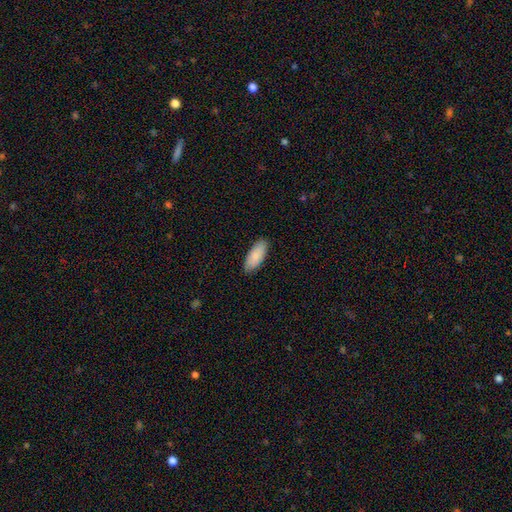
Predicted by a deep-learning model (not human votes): A smooth galaxy with no disk features (87%) that is in between round and cigar-shaped (85%).

Vote fractions:
- Smooth or featured? smooth: 87% / featured or disk: 8% / star or artifact: 5%
- How rounded? in between: 85% / cigar-shaped: 13% / round: 2%
- Merging? none: 88% / minor disturbance: 10% / major disturbance: 2% / merger: 1%